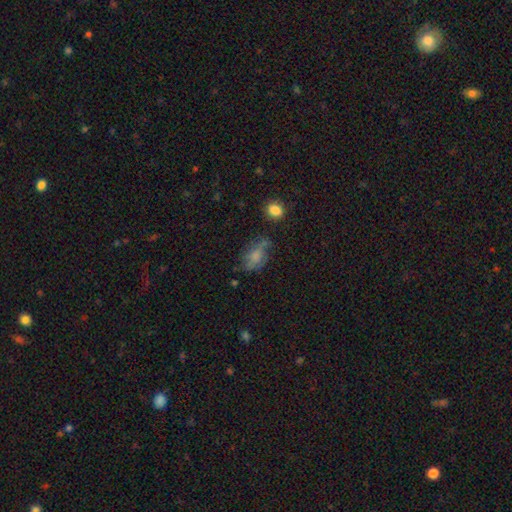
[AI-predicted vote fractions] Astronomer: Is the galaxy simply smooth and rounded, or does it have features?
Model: smooth — 60%.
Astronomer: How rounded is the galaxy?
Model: in between — 84%.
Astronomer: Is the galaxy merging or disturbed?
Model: none — 52% (runner-up: minor disturbance, 28%).